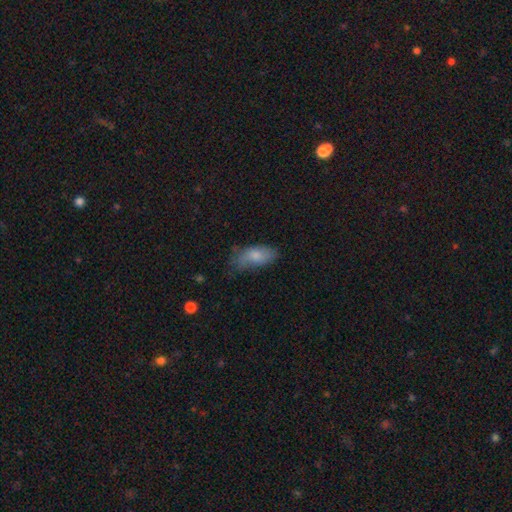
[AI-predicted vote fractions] smooth 76%, featured or disk 17%, star or artifact 7%. Down the decision tree: how rounded — in between (89%); merging — none (46%).